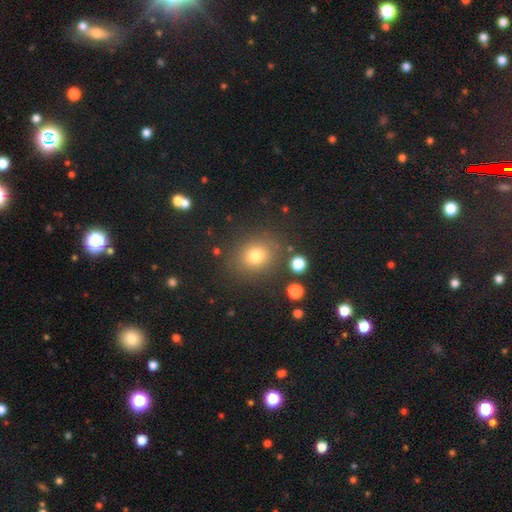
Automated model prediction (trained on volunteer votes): Smooth or featured? smooth (76%)
How rounded? round (73%)
Merging? none (83%)